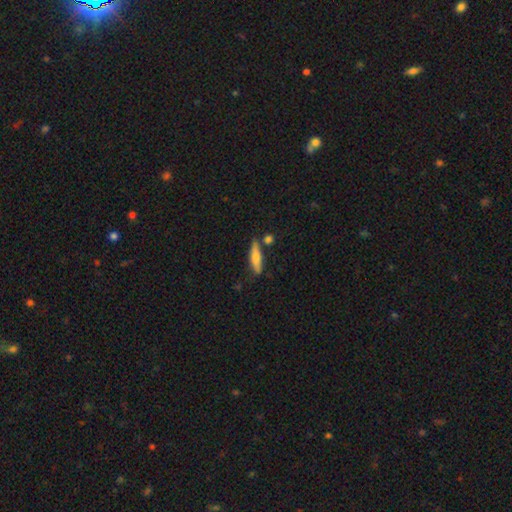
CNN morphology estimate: Q: Smooth or featured?
A: smooth (72%); runner-up: featured or disk (22%)
Q: How rounded?
A: cigar-shaped (65%); runner-up: in between (33%)
Q: Merging?
A: none (68%); runner-up: minor disturbance (19%)